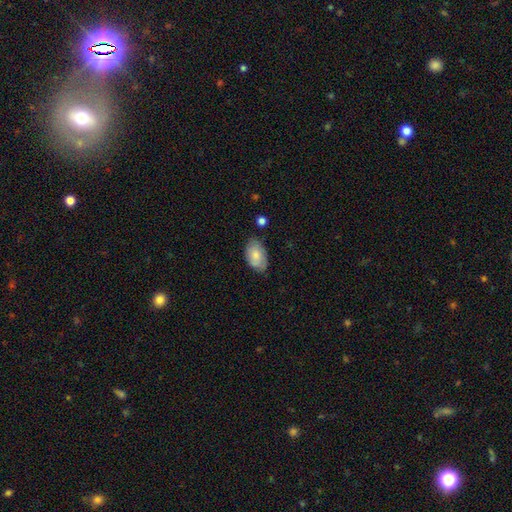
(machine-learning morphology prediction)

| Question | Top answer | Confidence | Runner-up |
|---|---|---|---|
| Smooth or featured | smooth | 76% | featured or disk (18%) |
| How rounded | in between | 93% | round (6%) |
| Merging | none | 70% | minor disturbance (23%) |